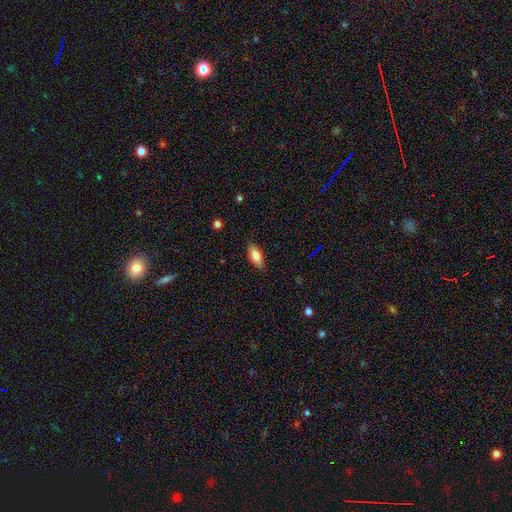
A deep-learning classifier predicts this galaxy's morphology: A smooth galaxy with no disk features (78%) that is in between round and cigar-shaped (79%). Merging: none (83%).